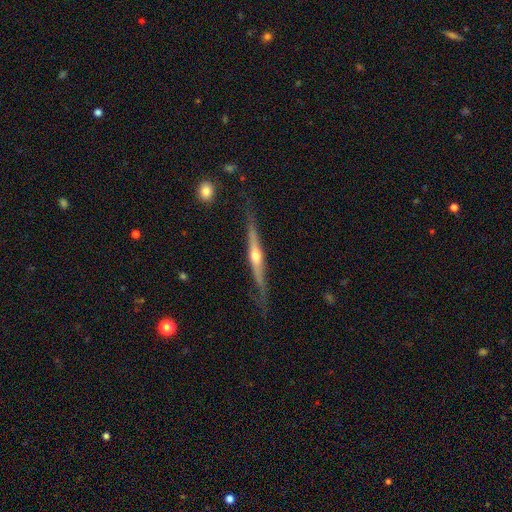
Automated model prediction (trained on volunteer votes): The model was most divided on "smooth or featured": featured or disk: 72%, smooth: 23%, star or artifact: 5%. More confident: edge-on disk — yes (96%); edge-on bulge — rounded (88%); merging — none (78%).